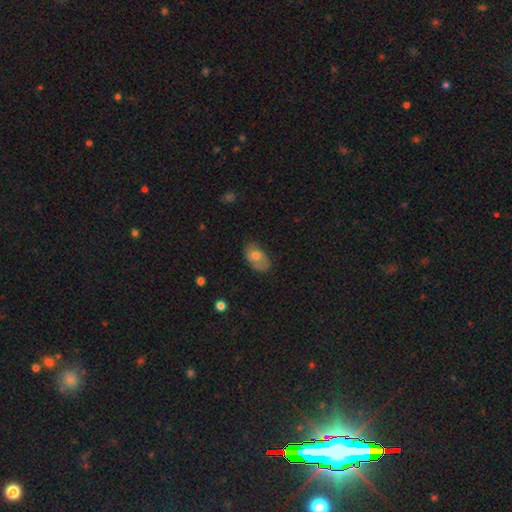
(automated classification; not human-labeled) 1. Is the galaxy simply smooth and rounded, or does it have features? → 65% smooth, 27% featured or disk, 8% star or artifact.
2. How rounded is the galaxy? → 90% in between, 8% round, 2% cigar-shaped.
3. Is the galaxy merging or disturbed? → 62% none, 29% minor disturbance, 7% major disturbance, 2% merger.